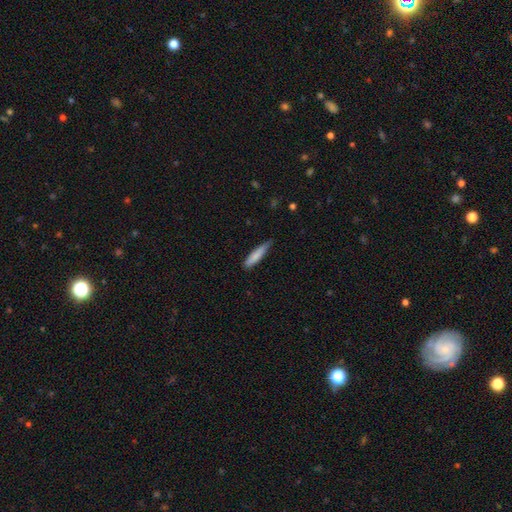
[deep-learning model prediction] This appears to be a smooth galaxy with no disk features (82%) that is cigar-shaped (82%). Merging: none (64%).